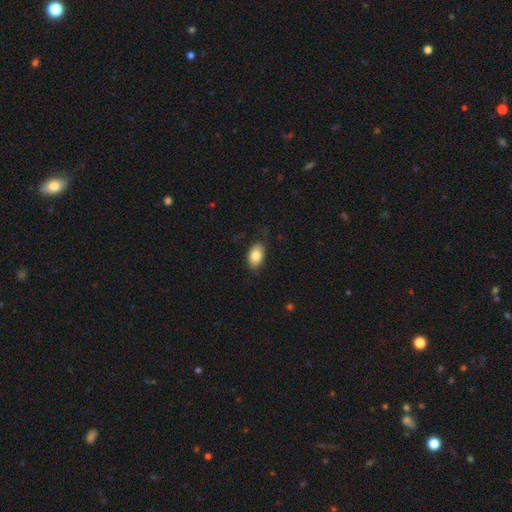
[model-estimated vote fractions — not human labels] A smooth galaxy with no disk features (82%) that is in between round and cigar-shaped (90%).

Vote fractions:
- Smooth or featured? smooth: 82% / featured or disk: 10% / star or artifact: 7%
- How rounded? in between: 90% / round: 8% / cigar-shaped: 2%
- Merging? none: 81% / minor disturbance: 15% / major disturbance: 3% / merger: 1%